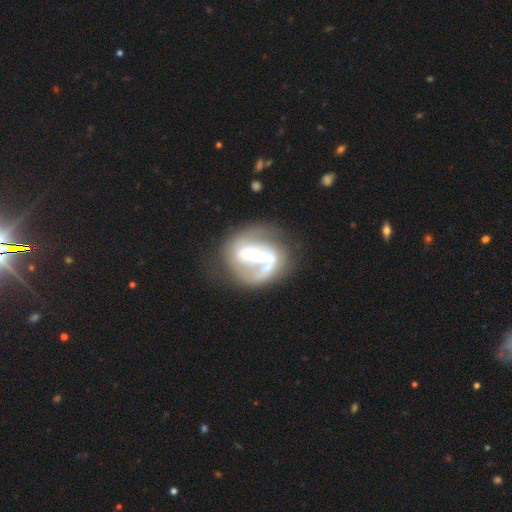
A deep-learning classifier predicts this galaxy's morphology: smooth_or_featured: featured or disk (p=0.79) [alt: smooth p=0.15]
disk_edge_on: no (p=0.95) [alt: yes p=0.05]
bar: strong (p=0.56) [alt: weak p=0.28]
has_spiral_arms: yes (p=0.73) [alt: no p=0.27]
spiral_winding: medium (p=0.39) [alt: tight p=0.33]
spiral_arm_count: 2 (p=0.56) [alt: 1 p=0.23]
bulge_size: moderate (p=0.54) [alt: small p=0.30]
merging: none (p=0.49) [alt: major disturbance p=0.20]